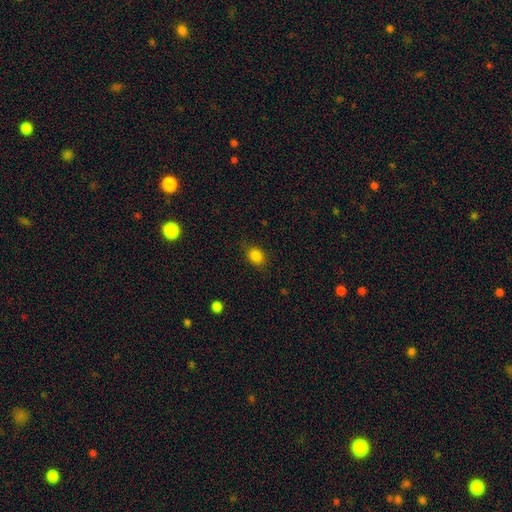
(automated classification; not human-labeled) Overall: smooth (85%). How rounded: in between (57%; round 42%). Merging: none (83%).